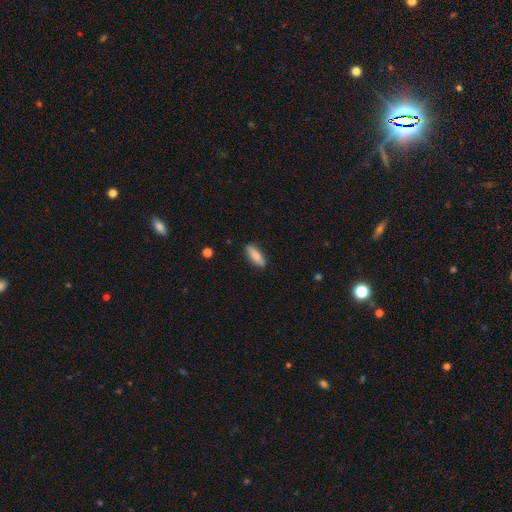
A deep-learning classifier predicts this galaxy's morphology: A smooth galaxy with no disk features (85%) that is in between round and cigar-shaped (51%).

Vote fractions:
- Smooth or featured? smooth: 85% / featured or disk: 9% / star or artifact: 6%
- How rounded? in between: 51% / cigar-shaped: 47% / round: 2%
- Merging? none: 88% / minor disturbance: 9% / major disturbance: 2% / merger: 1%